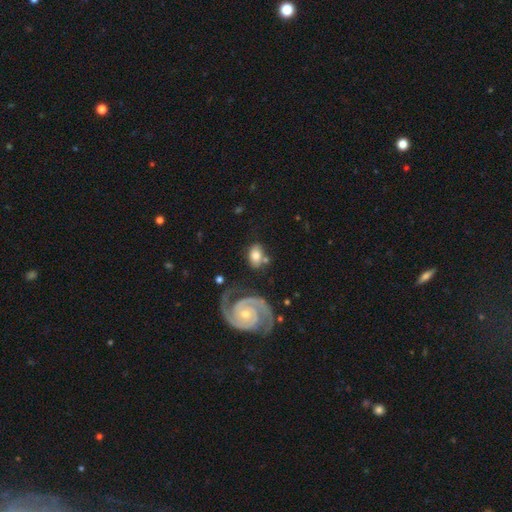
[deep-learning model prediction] A smooth galaxy with no disk features (58%) that is in between round and cigar-shaped (76%).

Vote fractions:
- Smooth or featured? smooth: 58% / featured or disk: 35% / star or artifact: 7%
- How rounded? in between: 76% / round: 22% / cigar-shaped: 2%
- Merging? none: 64% / minor disturbance: 17% / merger: 12% / major disturbance: 7%